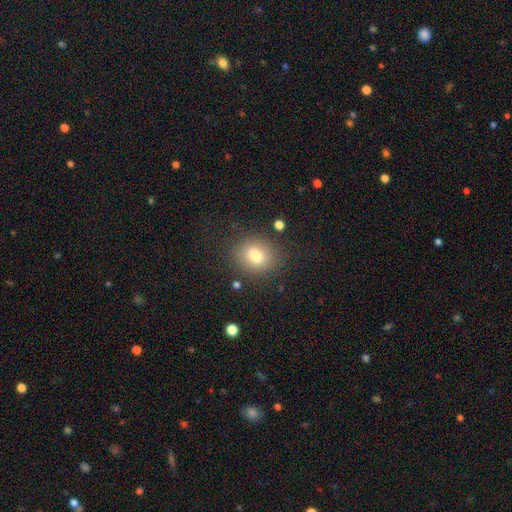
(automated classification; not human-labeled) Smooth or featured?
  - smooth: 77% *
  - star or artifact: 12%
  - featured or disk: 11%
How rounded?
  - round: 60% *
  - in between: 39%
  - cigar-shaped: 1%
Merging?
  - none: 82% *
  - minor disturbance: 11%
  - major disturbance: 4%
  - merger: 3%